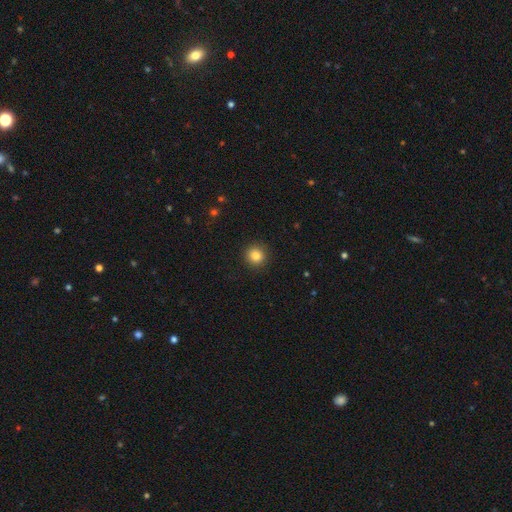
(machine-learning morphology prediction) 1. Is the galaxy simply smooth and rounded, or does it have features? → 84% smooth, 11% star or artifact, 5% featured or disk.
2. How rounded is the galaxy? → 93% round, 6% in between, 1% cigar-shaped.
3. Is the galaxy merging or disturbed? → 91% none, 6% minor disturbance, 2% major disturbance, 1% merger.